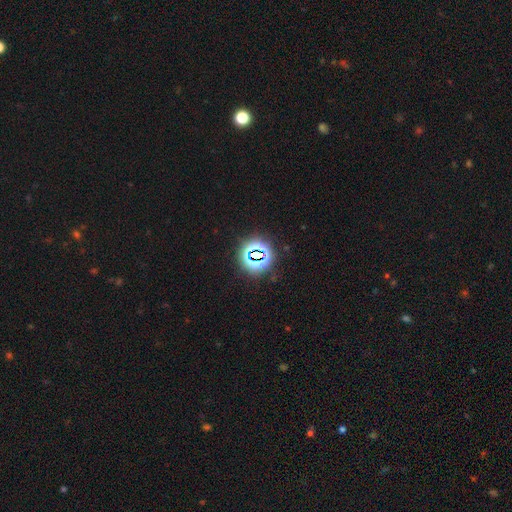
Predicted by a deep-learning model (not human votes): Q: Smooth or featured?
A: star or artifact (72%); runner-up: smooth (19%)